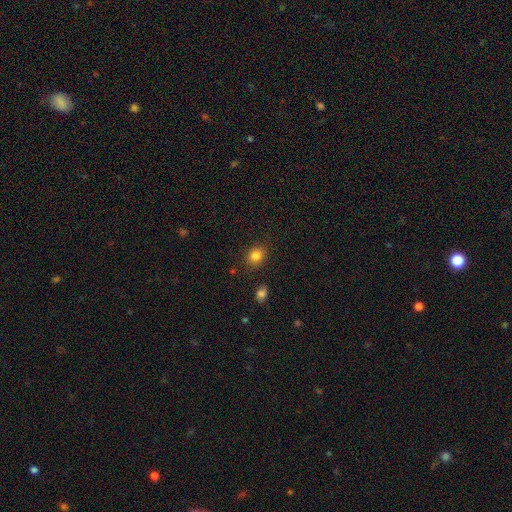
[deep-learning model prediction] The model was most divided on "how rounded": round: 61%, in between: 38%, cigar-shaped: 1%. More confident: merging — none (84%); smooth or featured — smooth (83%).